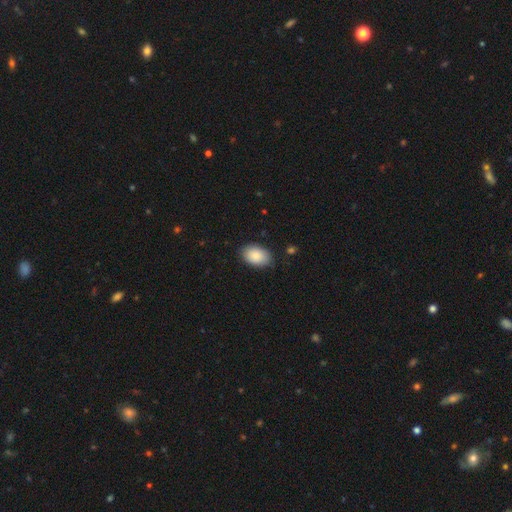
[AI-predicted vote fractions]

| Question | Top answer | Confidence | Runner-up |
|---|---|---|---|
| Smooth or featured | smooth | 87% | star or artifact (6%) |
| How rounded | in between | 90% | round (9%) |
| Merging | none | 84% | minor disturbance (12%) |